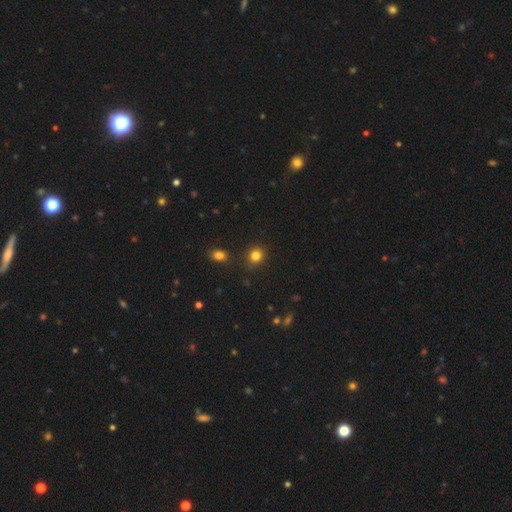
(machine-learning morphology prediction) smooth 82%, star or artifact 13%, featured or disk 5%. Down the decision tree: how rounded — round (79%); merging — none (84%).